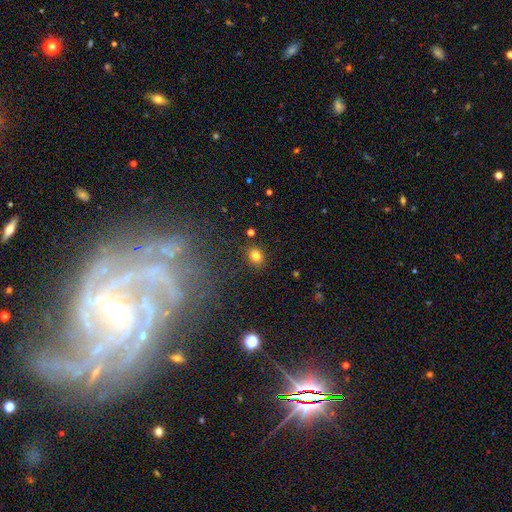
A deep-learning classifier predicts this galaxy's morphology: This appears to be a smooth galaxy with no disk features (79%) that is round (58%). Merging: none (86%).